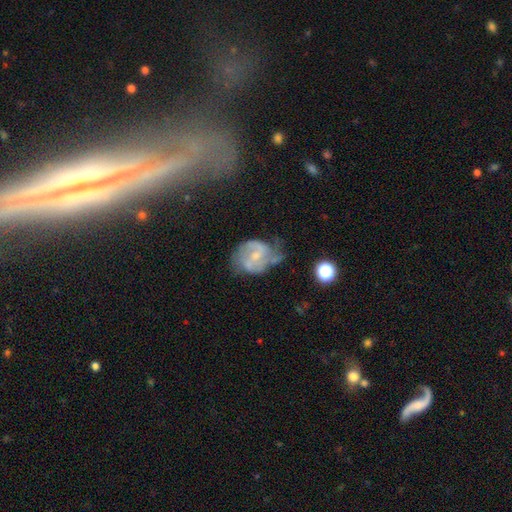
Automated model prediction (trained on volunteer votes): Smooth or featured? Predicted: featured or disk (p=0.77). Edge-on disk? Predicted: no (p=0.98). Bar? Predicted: weak (p=0.50). Spiral arms? Predicted: yes (p=0.88). Spiral winding? Predicted: medium (p=0.47). Spiral arm count? Predicted: 2 (p=0.67). Bulge size? Predicted: small (p=0.57). Merging? Predicted: none (p=0.42).